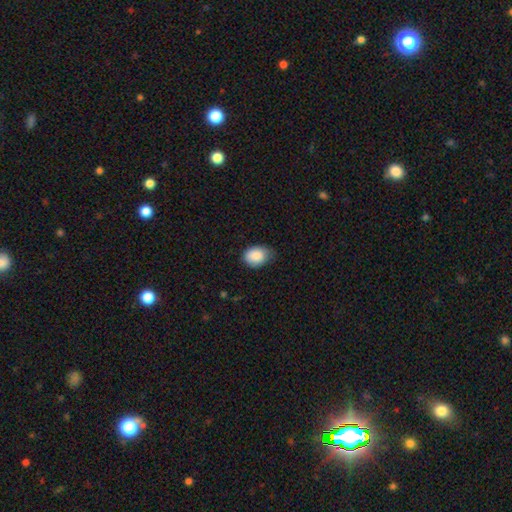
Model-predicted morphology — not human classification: smooth-or-featured: smooth: 87% | star or artifact: 7% | featured or disk: 5%
  how-rounded: in between: 72% | round: 27% | cigar-shaped: 1%
  merging: none: 67% | minor disturbance: 28% | major disturbance: 4% | merger: 1%